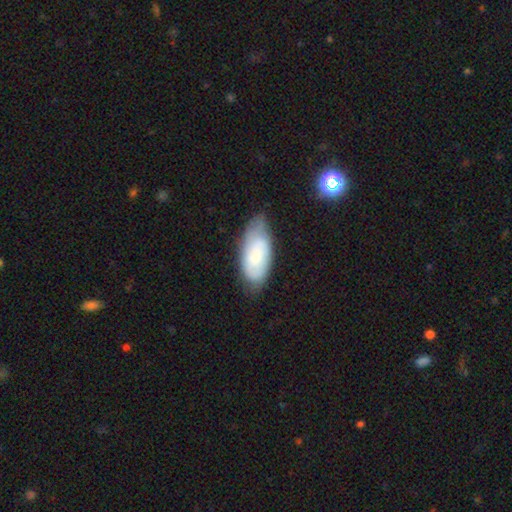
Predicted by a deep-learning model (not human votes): Smooth or featured: smooth — 57% (featured or disk — 36%)
How rounded: in between — 89% (cigar-shaped — 9%)
Merging: none — 61% (minor disturbance — 30%)